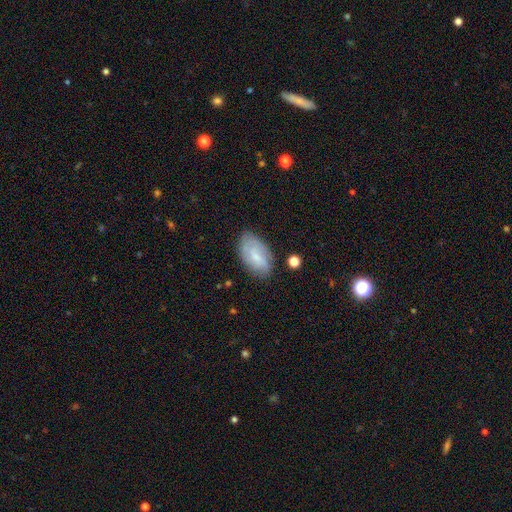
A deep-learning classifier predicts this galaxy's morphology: type=smooth (62%); roundness=in between (94%); merging=none (71%).